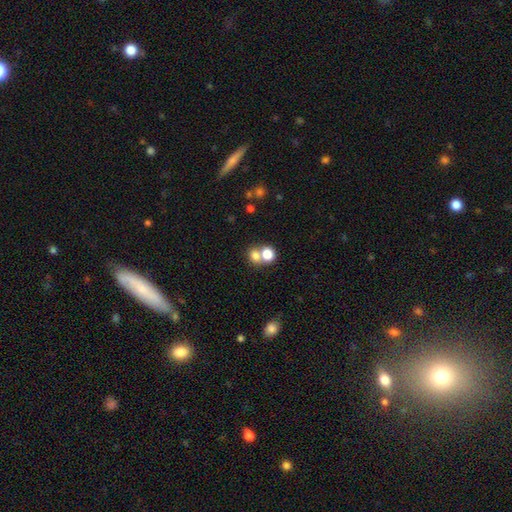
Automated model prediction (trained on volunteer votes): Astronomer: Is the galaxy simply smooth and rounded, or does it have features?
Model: smooth — 75%.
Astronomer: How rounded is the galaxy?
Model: round — 67%.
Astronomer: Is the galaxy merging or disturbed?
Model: merger — 51% (runner-up: none, 38%).